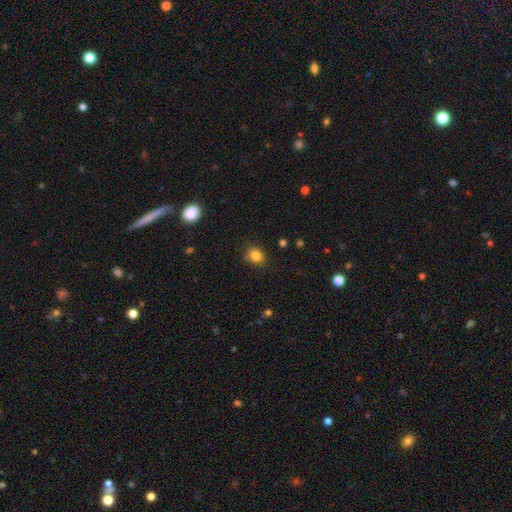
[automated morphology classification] Smooth or featured: smooth — 82% (star or artifact — 12%)
How rounded: round — 75% (in between — 24%)
Merging: none — 78% (minor disturbance — 17%)